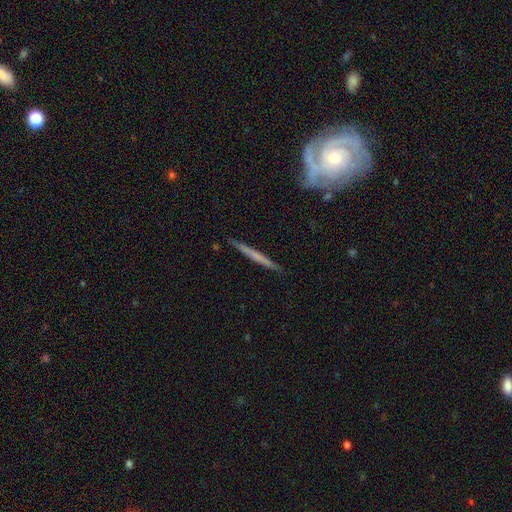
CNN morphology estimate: Smooth or featured: featured or disk — 52% (smooth — 42%)
Edge-on disk: yes — 95% (no — 5%)
Merging: none — 89% (minor disturbance — 7%)